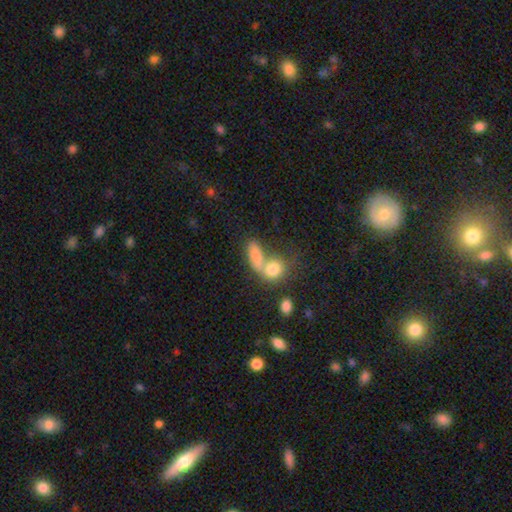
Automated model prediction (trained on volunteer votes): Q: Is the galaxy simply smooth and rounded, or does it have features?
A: smooth — 79%.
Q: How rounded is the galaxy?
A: in between — 61%.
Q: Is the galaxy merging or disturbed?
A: merger — 48%.